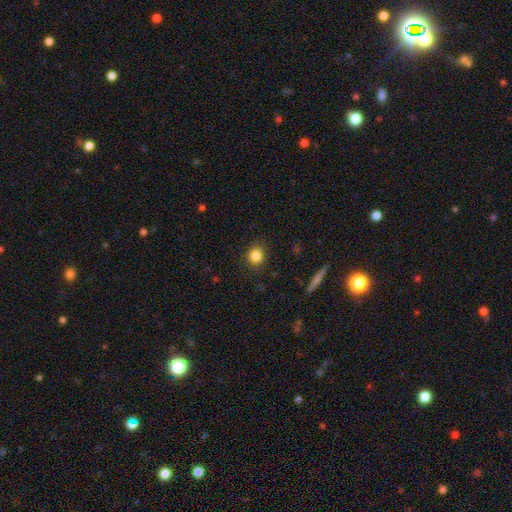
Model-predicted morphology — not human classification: This appears to be a smooth galaxy with no disk features (84%) that is round (82%). Merging: none (88%).